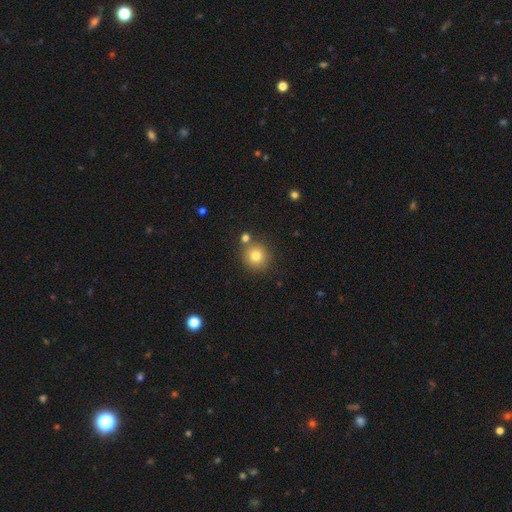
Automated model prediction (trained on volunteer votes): smooth 79%, star or artifact 12%, featured or disk 9%. Down the decision tree: how rounded — round (90%); merging — none (75%).